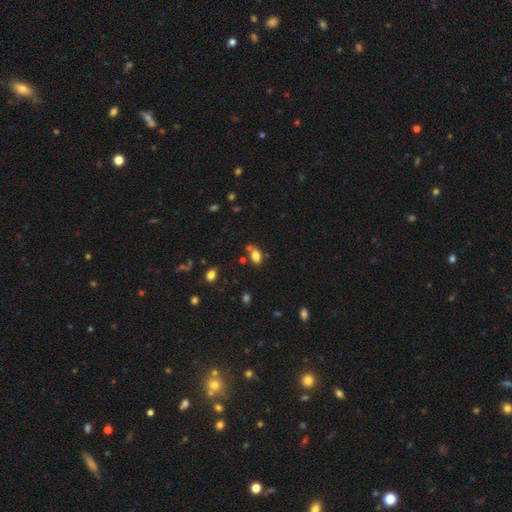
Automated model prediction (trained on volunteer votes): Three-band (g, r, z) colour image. It shows a smooth galaxy with no disk features (81%) that is in between round and cigar-shaped (85%). Merging: none (60%).